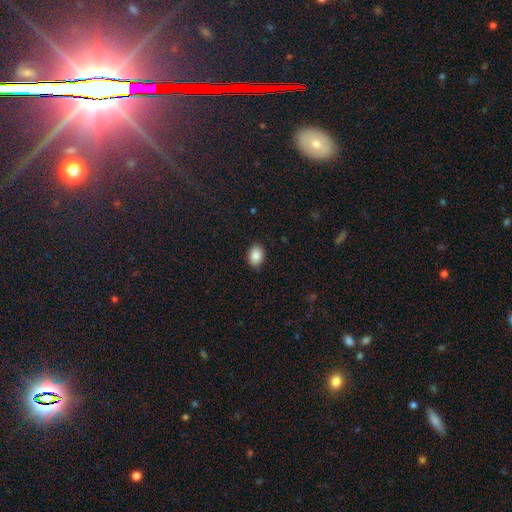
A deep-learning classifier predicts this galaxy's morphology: smooth_or_featured: smooth (p=0.88) [alt: star or artifact p=0.08]
how_rounded: in between (p=0.76) [alt: round p=0.23]
merging: none (p=0.87) [alt: minor disturbance p=0.10]